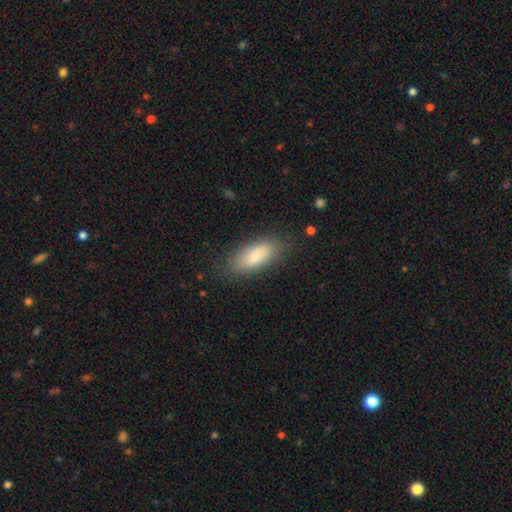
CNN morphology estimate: Smooth or featured? Predicted: smooth (p=0.85). How rounded? Predicted: in between (p=0.76). Merging? Predicted: none (p=0.82).